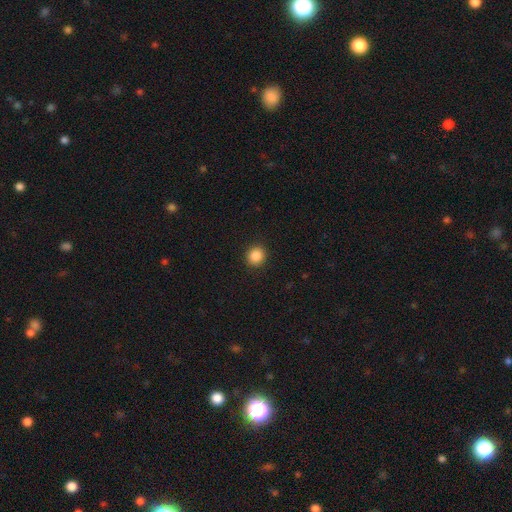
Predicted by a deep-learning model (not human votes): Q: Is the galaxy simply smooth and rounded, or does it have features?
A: smooth — 87%.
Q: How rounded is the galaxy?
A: round — 86%.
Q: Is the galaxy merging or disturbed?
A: none — 91%.